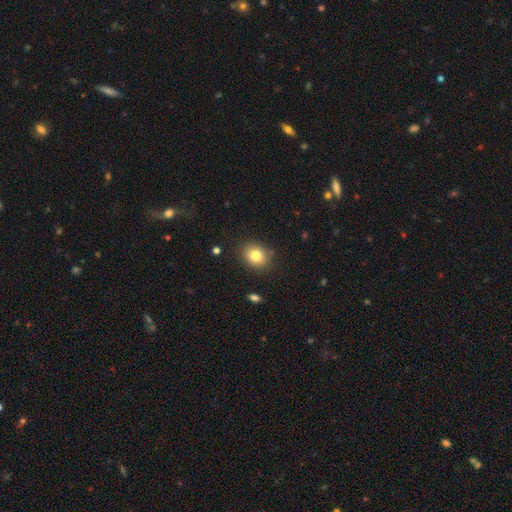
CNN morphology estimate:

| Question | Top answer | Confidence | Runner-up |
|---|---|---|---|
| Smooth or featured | smooth | 81% | star or artifact (11%) |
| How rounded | round | 61% | in between (38%) |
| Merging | none | 86% | minor disturbance (9%) |